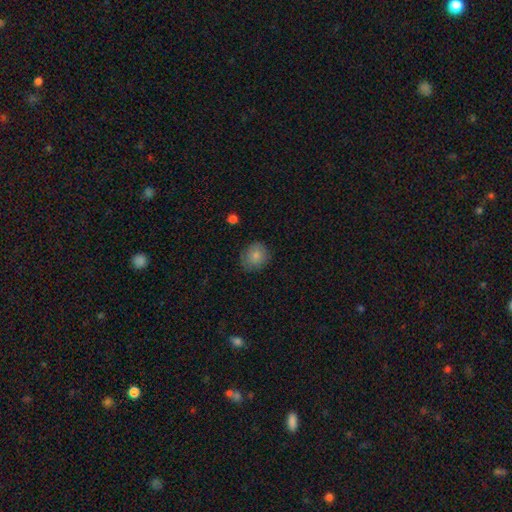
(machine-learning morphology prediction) A smooth galaxy with no disk features (82%) that is round (77%).

Vote fractions:
- Smooth or featured? smooth: 82% / featured or disk: 9% / star or artifact: 9%
- How rounded? round: 77% / in between: 22% / cigar-shaped: 1%
- Merging? none: 76% / minor disturbance: 18% / major disturbance: 4% / merger: 1%